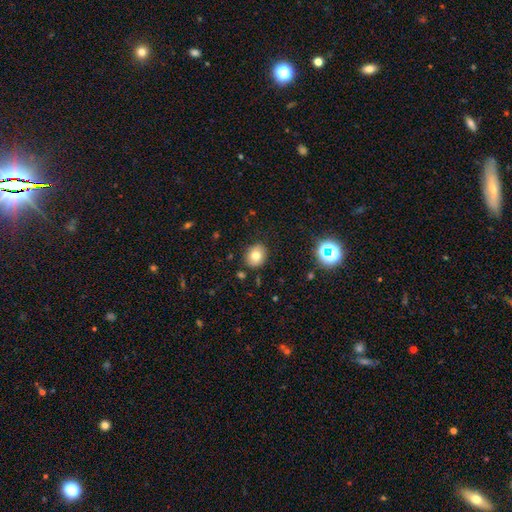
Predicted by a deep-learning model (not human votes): Smooth or featured? smooth (74%)
How rounded? round (68%)
Merging? none (87%)